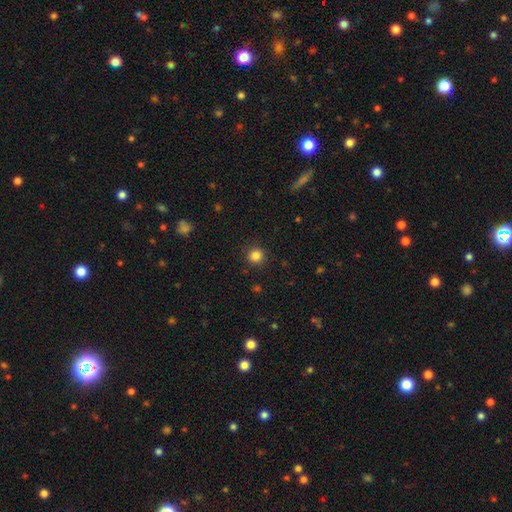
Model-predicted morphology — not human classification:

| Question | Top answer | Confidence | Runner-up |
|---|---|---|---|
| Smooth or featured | smooth | 85% | star or artifact (11%) |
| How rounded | round | 93% | in between (6%) |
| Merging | none | 91% | minor disturbance (6%) |